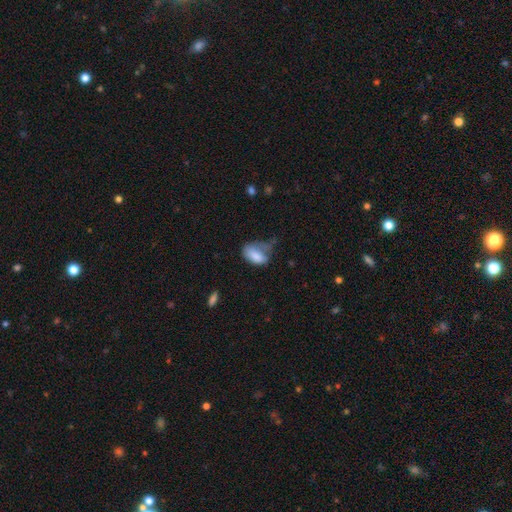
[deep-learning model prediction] Smooth or featured? smooth (79%)
How rounded? in between (89%)
Merging? major disturbance (35%, tied with minor disturbance)